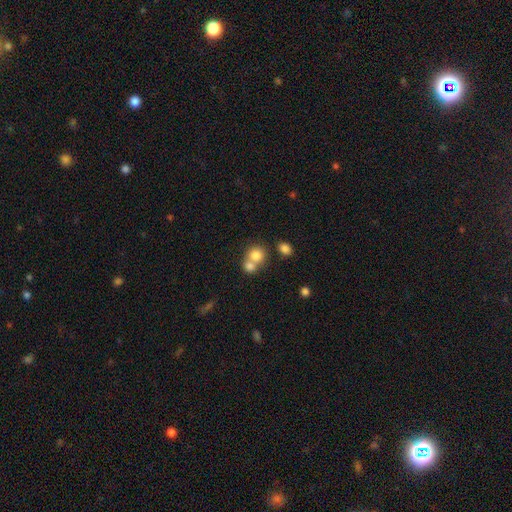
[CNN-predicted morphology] Smooth or featured? Predicted: smooth (p=0.78). How rounded? Predicted: round (p=0.78). Merging? Predicted: merger (p=0.54).